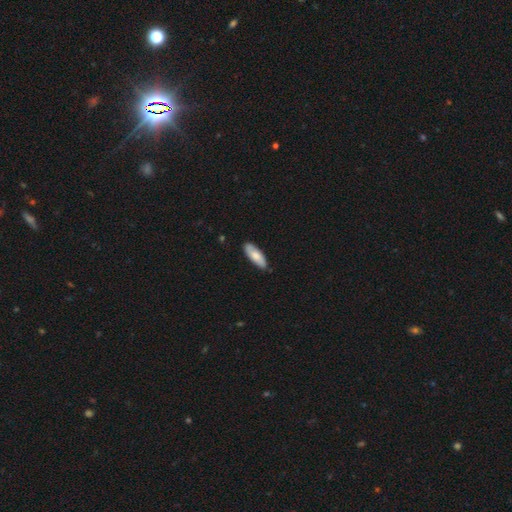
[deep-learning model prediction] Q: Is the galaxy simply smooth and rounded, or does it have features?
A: smooth — 73%.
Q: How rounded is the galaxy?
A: in between — 67%.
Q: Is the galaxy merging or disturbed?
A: none — 84%.